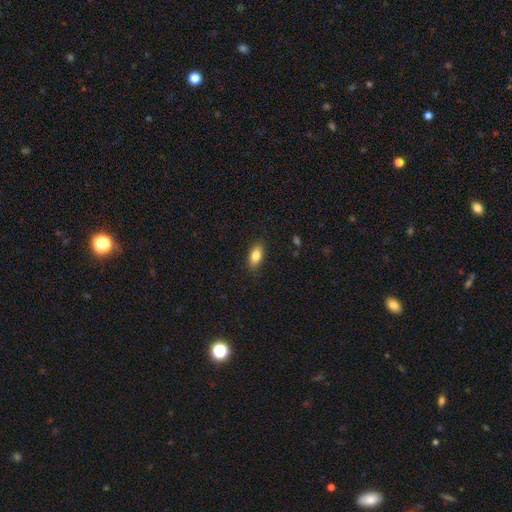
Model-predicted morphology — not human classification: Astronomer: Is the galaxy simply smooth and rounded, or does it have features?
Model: smooth — 83%.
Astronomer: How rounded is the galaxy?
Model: in between — 87%.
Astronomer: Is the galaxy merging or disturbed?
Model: none — 87%.